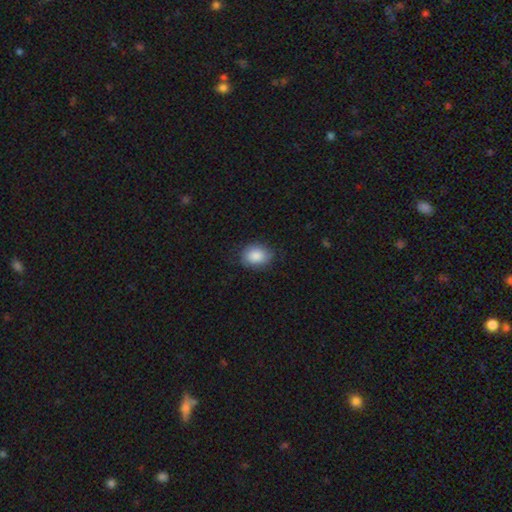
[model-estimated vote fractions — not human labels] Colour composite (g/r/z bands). It shows a smooth galaxy with no disk features (87%) that is in between round and cigar-shaped (65%). Merging: none (77%).